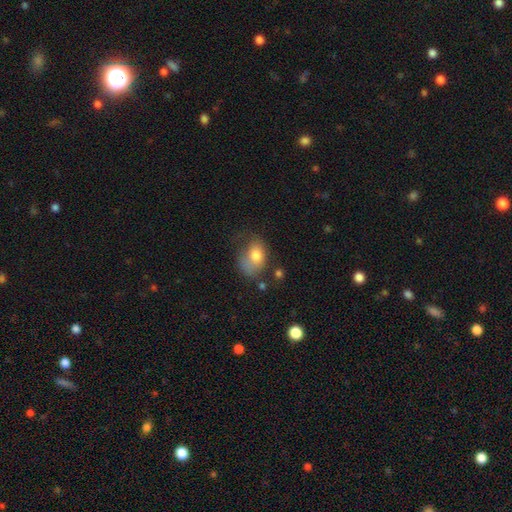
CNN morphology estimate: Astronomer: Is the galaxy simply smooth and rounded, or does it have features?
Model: smooth — 73%.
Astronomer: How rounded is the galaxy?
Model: in between — 72%.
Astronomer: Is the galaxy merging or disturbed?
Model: none — 32% (runner-up: major disturbance, 31%).